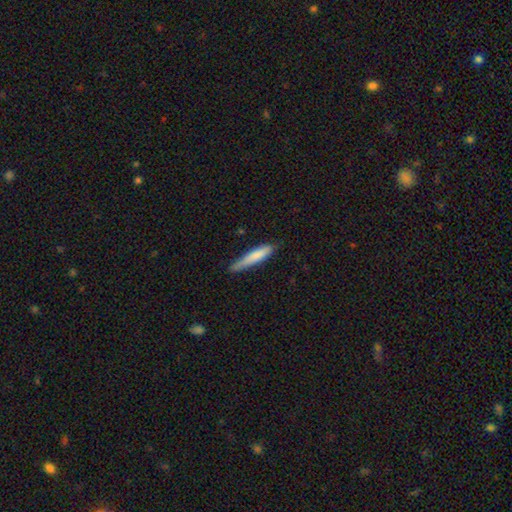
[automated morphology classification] Smooth or featured: smooth — 78% (featured or disk — 16%)
How rounded: cigar-shaped — 90% (in between — 9%)
Merging: none — 70% (minor disturbance — 24%)